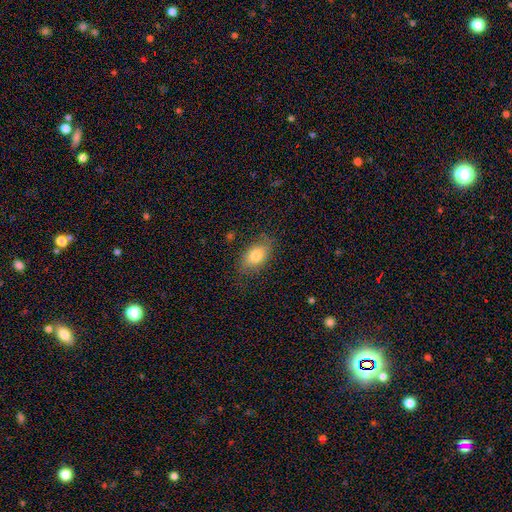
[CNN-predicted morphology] A smooth galaxy with no disk features (79%) that is in between round and cigar-shaped (88%). Merging: none (79%).